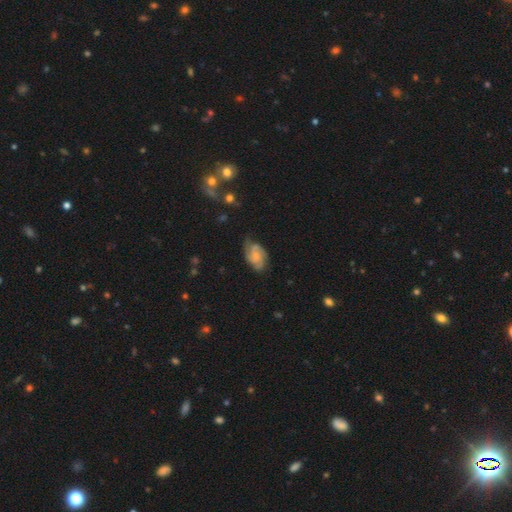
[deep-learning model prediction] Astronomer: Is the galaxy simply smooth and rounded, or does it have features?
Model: featured or disk — 72%.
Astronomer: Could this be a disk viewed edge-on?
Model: no — 97%.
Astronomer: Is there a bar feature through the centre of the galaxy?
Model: no — 58% (runner-up: weak, 36%).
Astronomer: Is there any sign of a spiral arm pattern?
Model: yes — 95%.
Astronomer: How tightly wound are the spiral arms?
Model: medium — 46% (runner-up: tight, 39%).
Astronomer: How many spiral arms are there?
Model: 2 — 46% (runner-up: 3, 30%).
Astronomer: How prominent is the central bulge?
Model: none — 42% (runner-up: small, 35%).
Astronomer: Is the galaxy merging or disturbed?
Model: none — 66%.